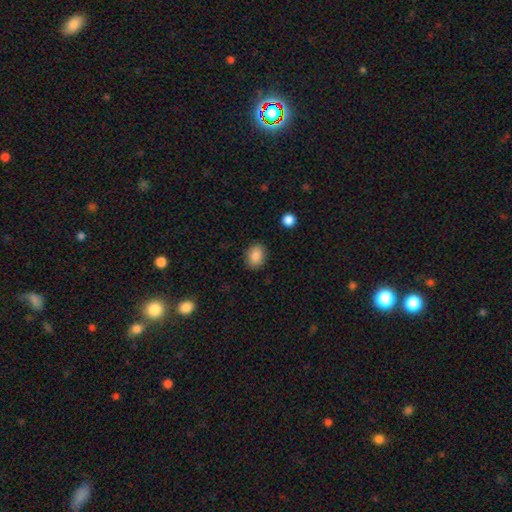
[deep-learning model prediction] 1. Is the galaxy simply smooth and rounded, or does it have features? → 88% smooth, 8% star or artifact, 4% featured or disk.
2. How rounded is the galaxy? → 68% in between, 31% round, 1% cigar-shaped.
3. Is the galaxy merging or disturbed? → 86% none, 10% minor disturbance, 3% major disturbance, 1% merger.